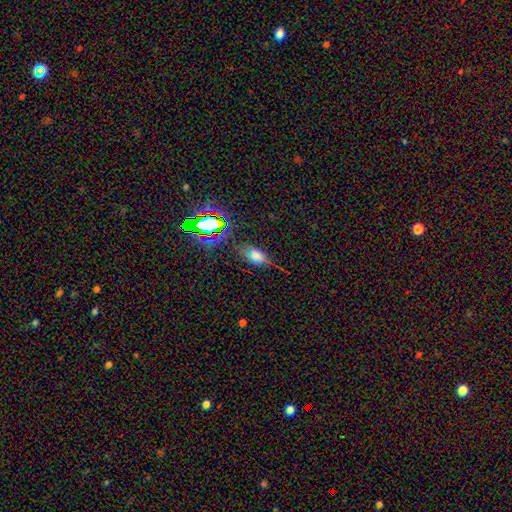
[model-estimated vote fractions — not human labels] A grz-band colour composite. It shows a smooth galaxy with no disk features (55%) that is in between round and cigar-shaped (80%). Merging: none (63%).